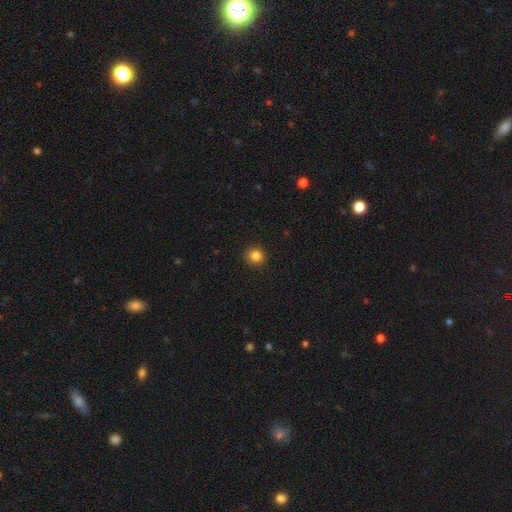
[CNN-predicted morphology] Q: Smooth or featured?
A: smooth (84%); runner-up: star or artifact (11%)
Q: How rounded?
A: round (90%); runner-up: in between (9%)
Q: Merging?
A: none (89%); runner-up: minor disturbance (8%)